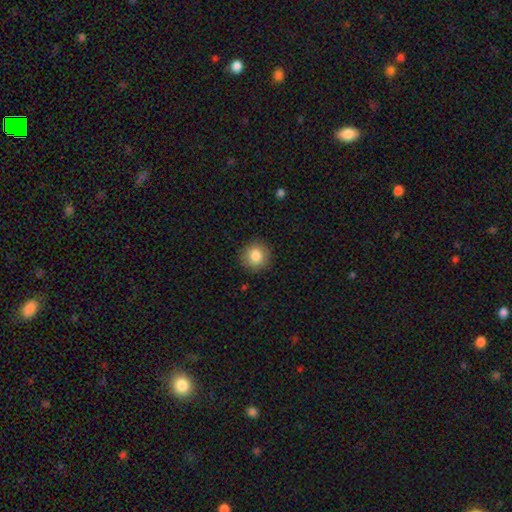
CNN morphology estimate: The model was most divided on "smooth or featured": smooth: 85%, star or artifact: 9%, featured or disk: 6%. More confident: how rounded — round (91%); merging — none (89%).